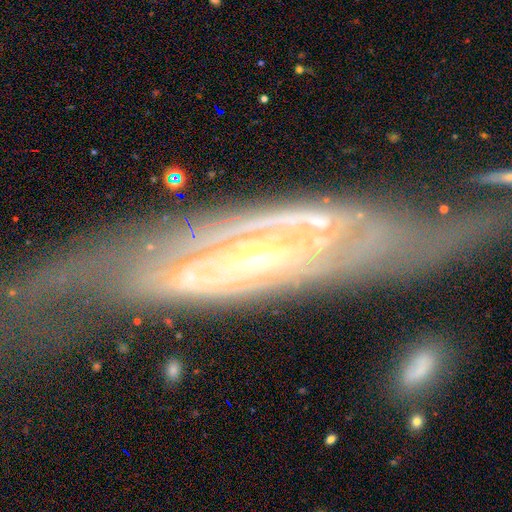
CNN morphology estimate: A featured or disk galaxy (84%) with no bar (55%), spiral arms (79%) and a small central bulge (64%).

Vote fractions:
- Smooth or featured? featured or disk: 84% / smooth: 10% / star or artifact: 7%
- Edge-on disk? no: 71% / yes: 29%
- Bar? no: 55% / weak: 29% / strong: 16%
- Spiral arms? yes: 79% / no: 21%
- Bulge size? small: 64% / moderate: 31% / large: 2% / none: 2% / dominant: 1%
- Merging? none: 70% / minor disturbance: 19% / major disturbance: 8% / merger: 3%